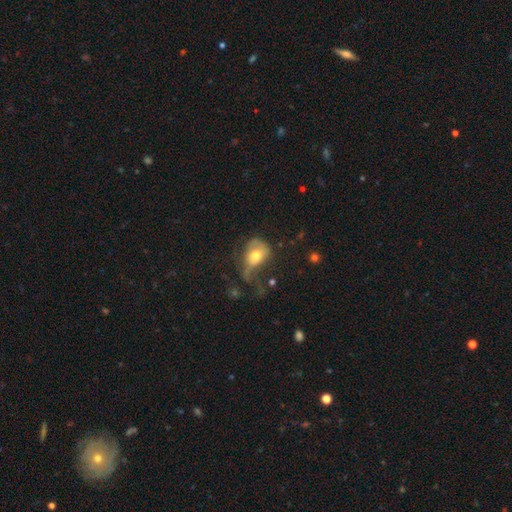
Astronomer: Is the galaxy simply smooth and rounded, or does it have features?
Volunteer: smooth — 64%.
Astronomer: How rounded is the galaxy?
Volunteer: in between — 72%.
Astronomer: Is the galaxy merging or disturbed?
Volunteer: major disturbance — 63%.